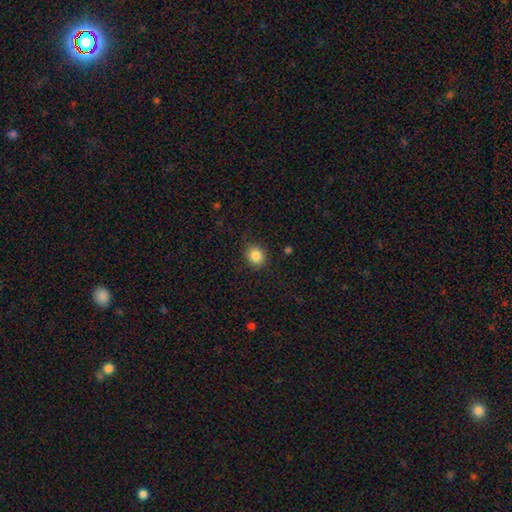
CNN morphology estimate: smooth_or_featured: smooth (p=0.84) [alt: star or artifact p=0.10]
how_rounded: round (p=0.82) [alt: in between p=0.17]
merging: none (p=0.85) [alt: minor disturbance p=0.11]